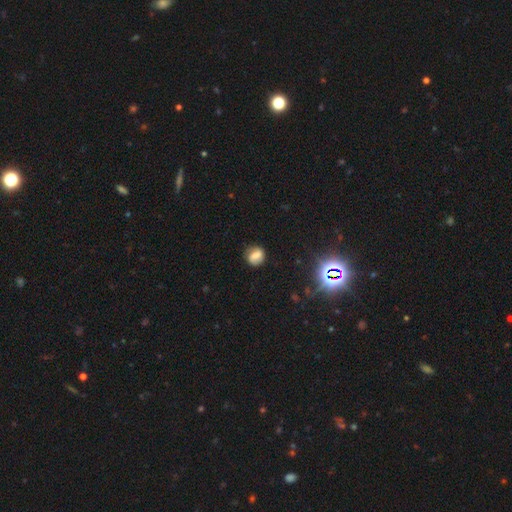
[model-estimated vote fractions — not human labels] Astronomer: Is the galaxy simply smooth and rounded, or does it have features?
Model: smooth — 57%.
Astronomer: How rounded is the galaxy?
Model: round — 66%.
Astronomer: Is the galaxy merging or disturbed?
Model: none — 77%.